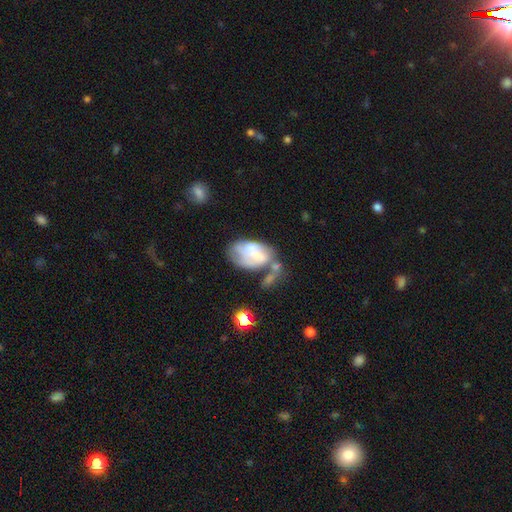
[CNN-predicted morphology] A featured or disk galaxy (51%). Merging: merger (33%).